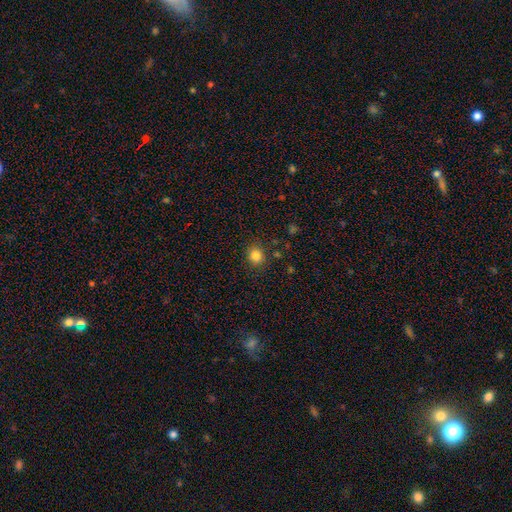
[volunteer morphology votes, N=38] smooth-or-featured: smooth: 84% | featured or disk: 11% | star or artifact: 5%
  how-rounded: round: 91% | in between: 9% | cigar-shaped: 0%
  merging: none: 92% | minor disturbance: 6% | major disturbance: 3% | merger: 0%